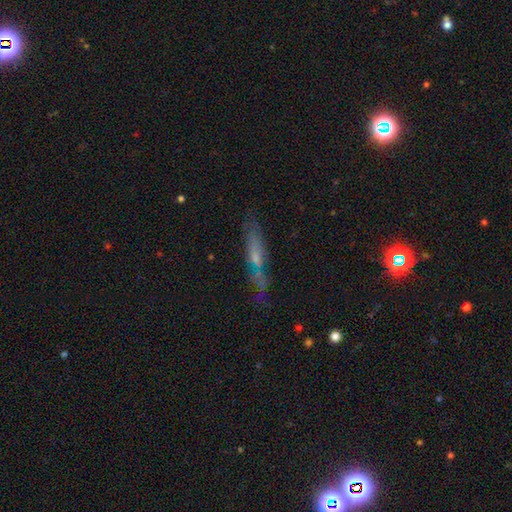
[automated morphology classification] A featured or disk galaxy (47%). Merging: none (66%).